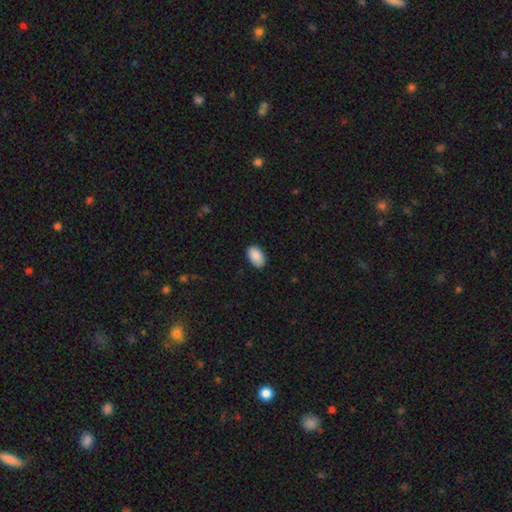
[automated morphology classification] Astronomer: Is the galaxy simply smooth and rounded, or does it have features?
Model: smooth — 91%.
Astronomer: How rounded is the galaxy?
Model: in between — 94%.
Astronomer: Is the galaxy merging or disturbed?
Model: none — 87%.